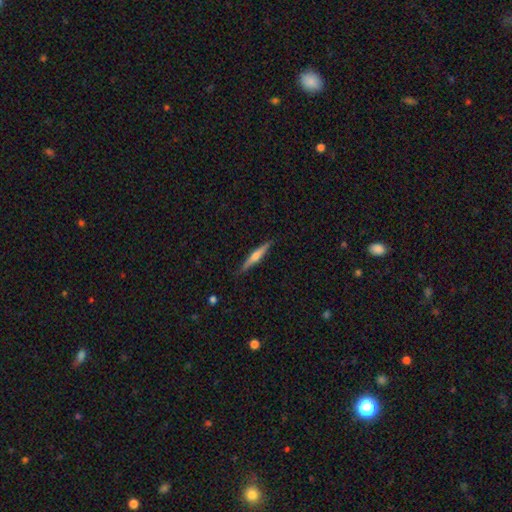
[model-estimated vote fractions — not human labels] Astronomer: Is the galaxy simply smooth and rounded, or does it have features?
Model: featured or disk — 61%.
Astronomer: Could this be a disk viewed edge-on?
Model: yes — 97%.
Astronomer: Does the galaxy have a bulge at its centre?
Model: rounded — 80%.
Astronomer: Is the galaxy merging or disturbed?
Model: none — 89%.